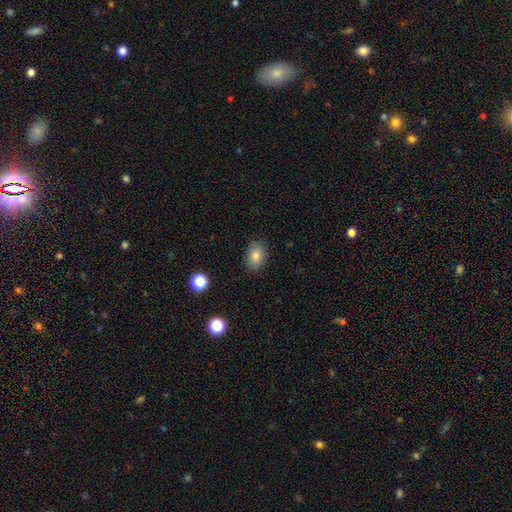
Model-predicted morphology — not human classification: The model was most divided on "how rounded": in between: 77%, round: 21%, cigar-shaped: 1%. More confident: merging — none (86%); smooth or featured — smooth (81%).